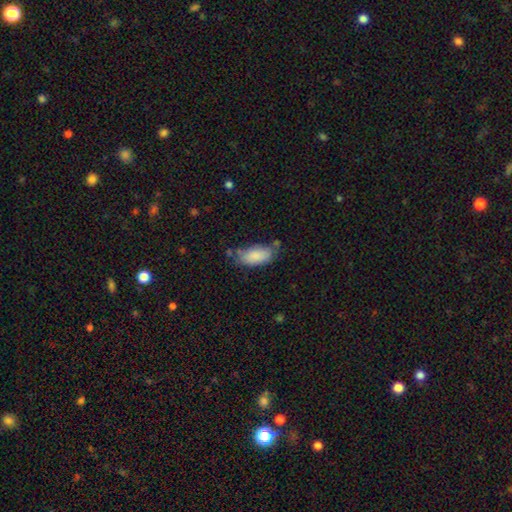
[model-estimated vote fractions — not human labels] Smooth or featured: smooth — 85% (featured or disk — 8%)
How rounded: in between — 88% (cigar-shaped — 10%)
Merging: none — 59% (minor disturbance — 27%)